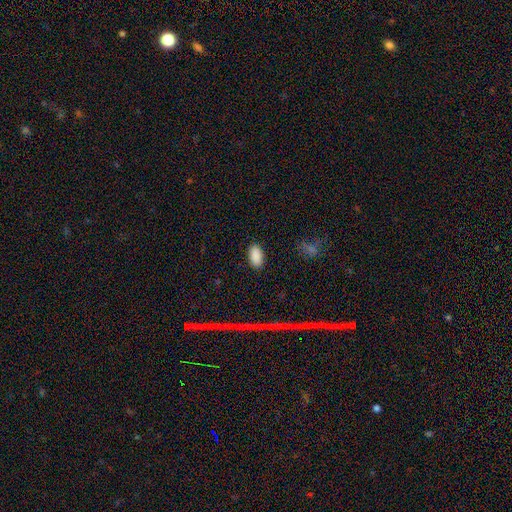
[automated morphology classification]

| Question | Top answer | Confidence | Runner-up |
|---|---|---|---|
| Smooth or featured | smooth | 89% | star or artifact (7%) |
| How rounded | in between | 94% | round (3%) |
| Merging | none | 86% | minor disturbance (10%) |